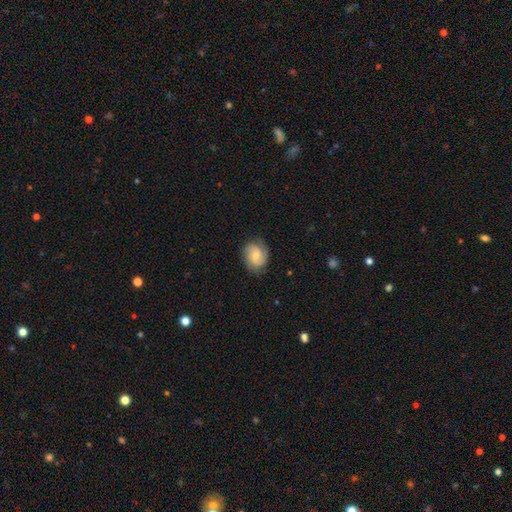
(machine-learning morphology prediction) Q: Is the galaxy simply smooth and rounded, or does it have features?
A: featured or disk — 54%.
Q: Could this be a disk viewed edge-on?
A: no — 98%.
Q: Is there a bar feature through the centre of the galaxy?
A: no — 54%.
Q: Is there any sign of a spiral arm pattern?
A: yes — 92%.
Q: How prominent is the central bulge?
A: small — 44%.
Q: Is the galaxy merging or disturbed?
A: none — 79%.